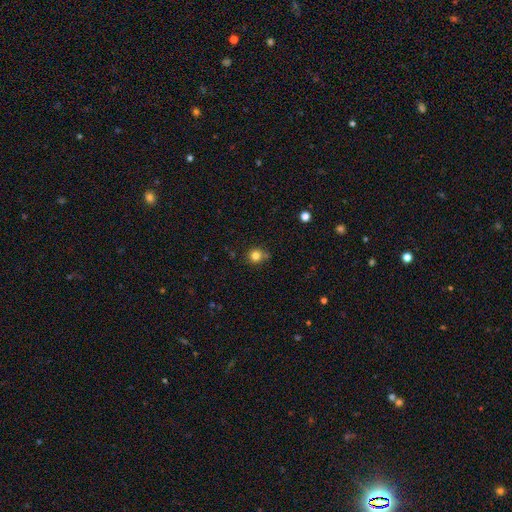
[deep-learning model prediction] Q: Smooth or featured?
A: smooth (81%); runner-up: star or artifact (13%)
Q: How rounded?
A: round (91%); runner-up: in between (8%)
Q: Merging?
A: none (75%); runner-up: minor disturbance (15%)